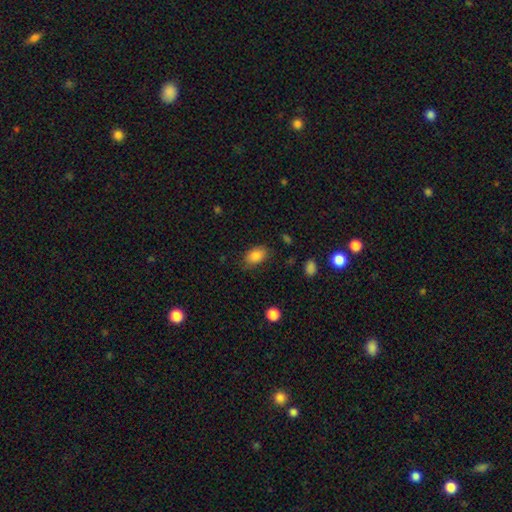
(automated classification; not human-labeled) Smooth or featured? Predicted: smooth (p=0.86). How rounded? Predicted: in between (p=0.87). Merging? Predicted: none (p=0.79).